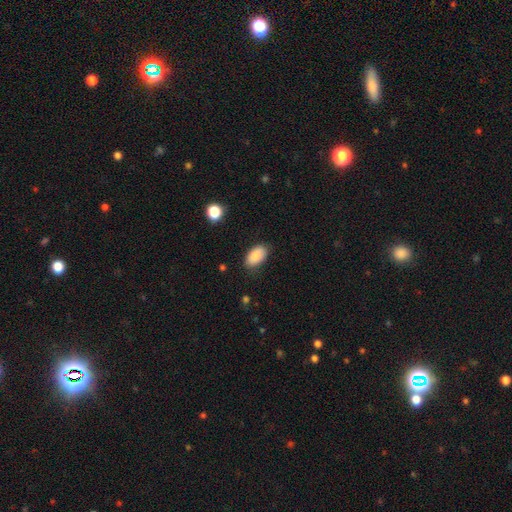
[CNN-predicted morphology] This is clearly a smooth galaxy (85%). How rounded: clearly in between (93%). Merging: clearly none (82%).